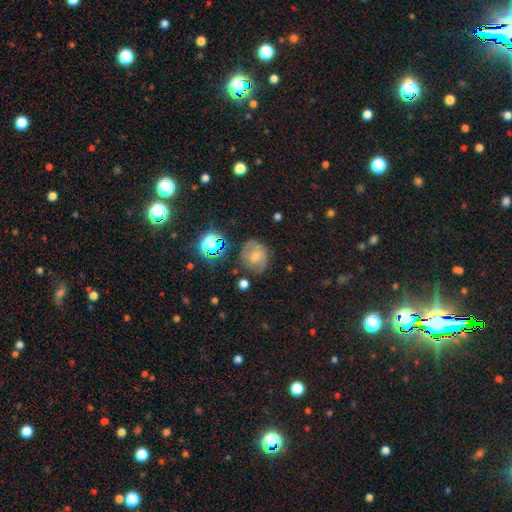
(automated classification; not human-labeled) smooth 44%, featured or disk 41%, star or artifact 15%. Down the decision tree: merging — none (68%).